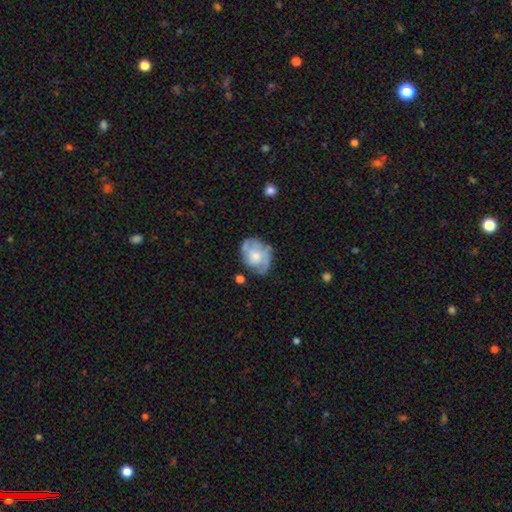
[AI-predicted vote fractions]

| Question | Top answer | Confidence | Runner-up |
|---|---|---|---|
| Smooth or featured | featured or disk | 63% | smooth (30%) |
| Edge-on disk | no | 97% | yes (3%) |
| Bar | no | 76% | weak (20%) |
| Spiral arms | yes | 74% | no (26%) |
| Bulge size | moderate | 46% | small (32%) |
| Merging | none | 56% | minor disturbance (27%) |